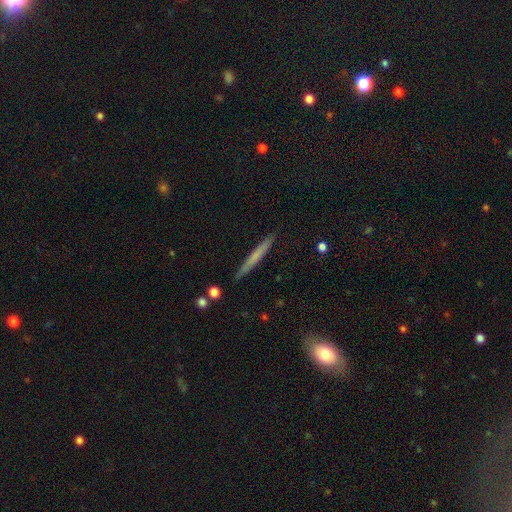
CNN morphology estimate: smooth-or-featured: smooth: 57% | featured or disk: 37% | star or artifact: 6%
  how-rounded: cigar-shaped: 96% | in between: 2% | round: 1%
  merging: none: 89% | minor disturbance: 8% | merger: 2% | major disturbance: 2%